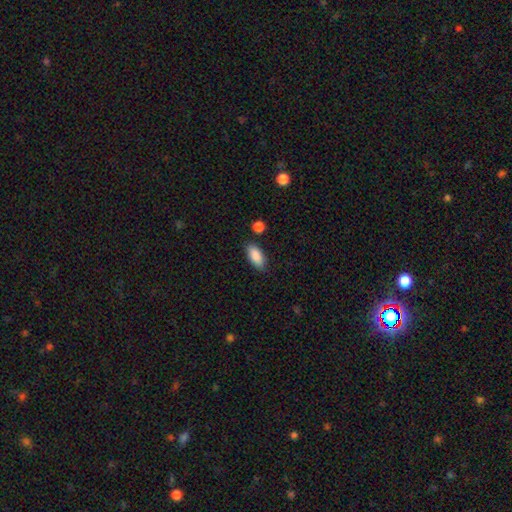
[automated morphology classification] This is clearly a smooth galaxy (88%). How rounded: clearly in between (88%). Merging: clearly none (84%).